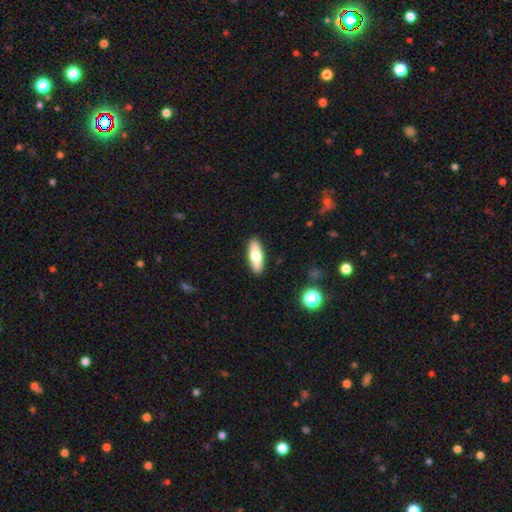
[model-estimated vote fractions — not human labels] smooth 66%, featured or disk 28%, star or artifact 6%. Down the decision tree: how rounded — in between (54%); merging — none (90%).